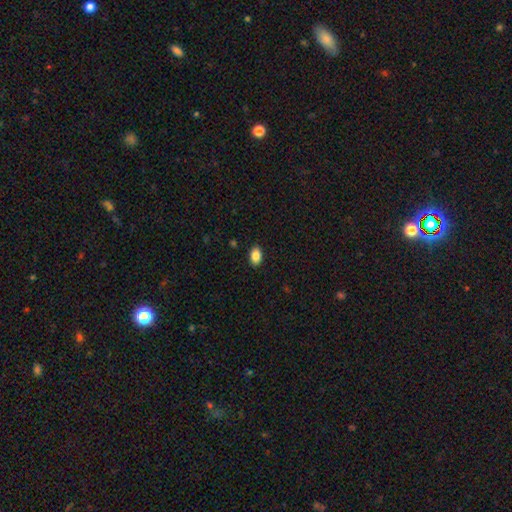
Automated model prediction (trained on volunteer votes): This appears to be a smooth galaxy with no disk features (87%) that is in between round and cigar-shaped (86%). Merging: none (89%).